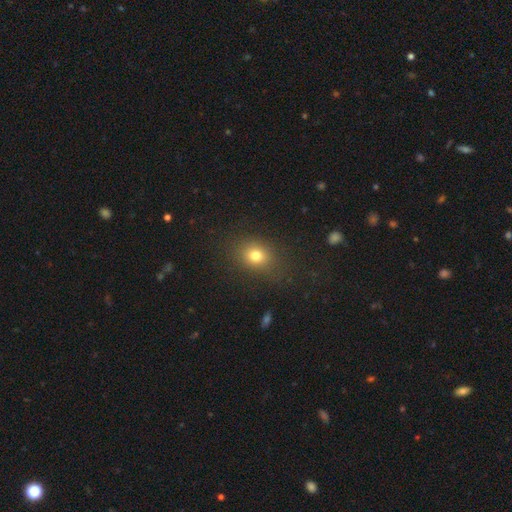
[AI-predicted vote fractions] Overall: smooth (76%). How rounded: round (53%; in between 46%). Merging: none (82%).